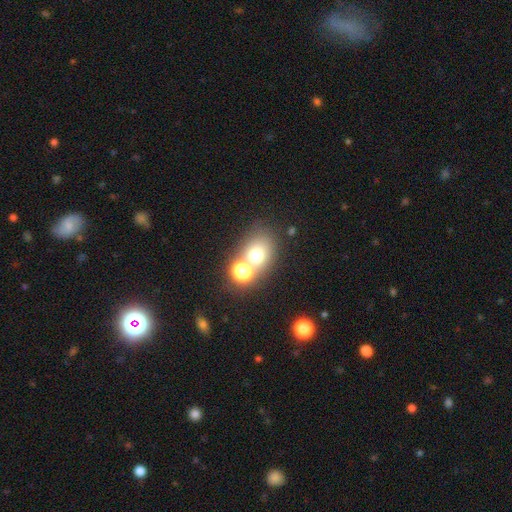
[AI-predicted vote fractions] A smooth galaxy with no disk features (66%) that is round (56%). Merging: none (47%).